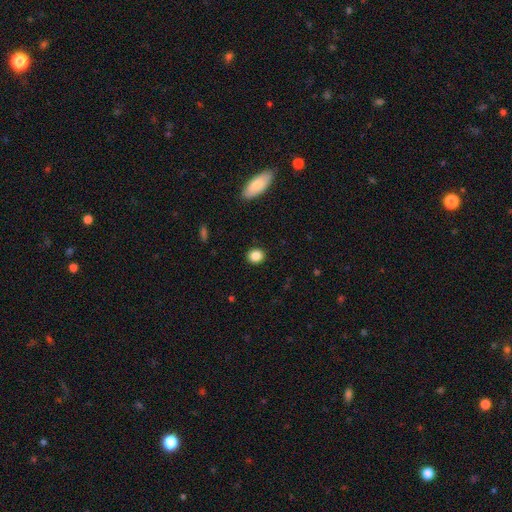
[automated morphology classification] type=smooth (86%); roundness=round (82%); merging=none (91%).